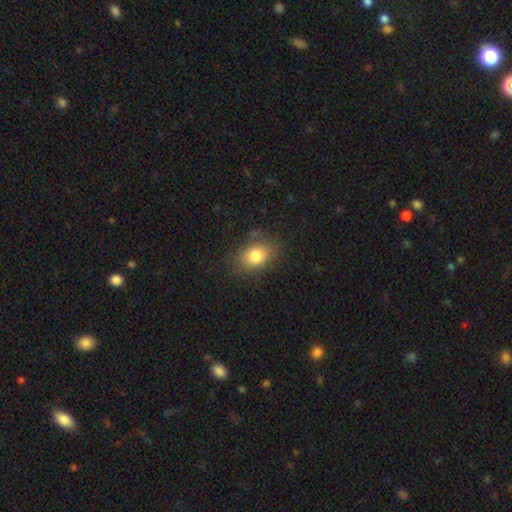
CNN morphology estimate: Overall: smooth (82%). How rounded: in between (70%). Merging: none (78%).